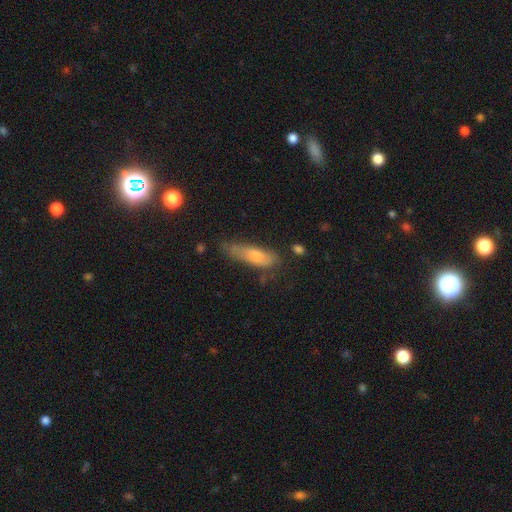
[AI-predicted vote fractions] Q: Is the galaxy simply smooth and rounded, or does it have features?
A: smooth — 67%.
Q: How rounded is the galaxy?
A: cigar-shaped — 60%.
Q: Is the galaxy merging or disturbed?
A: none — 50%.